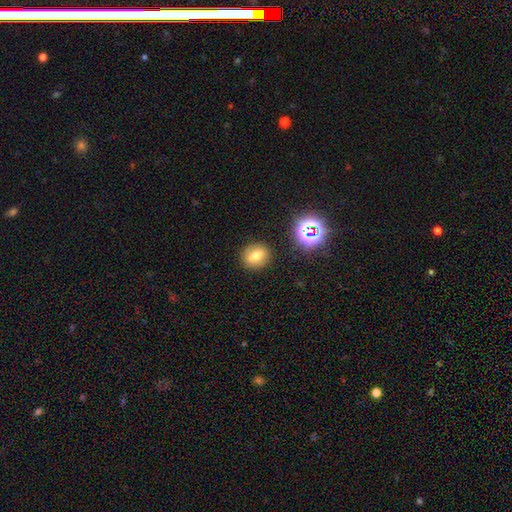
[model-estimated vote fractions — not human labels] This appears to be a smooth galaxy with no disk features (69%) that is round (68%). Merging: none (87%).